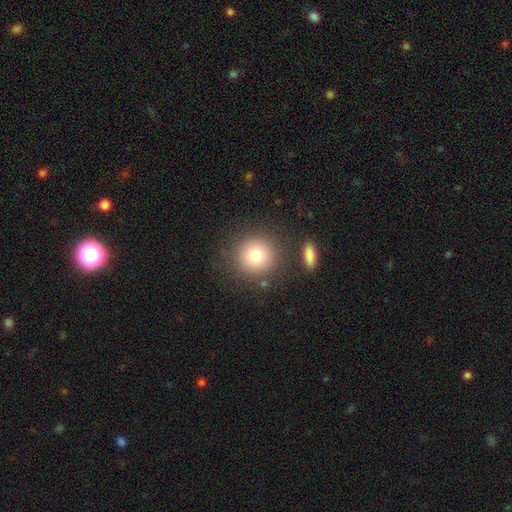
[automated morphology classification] type=smooth (78%); roundness=round (91%); merging=none (82%).